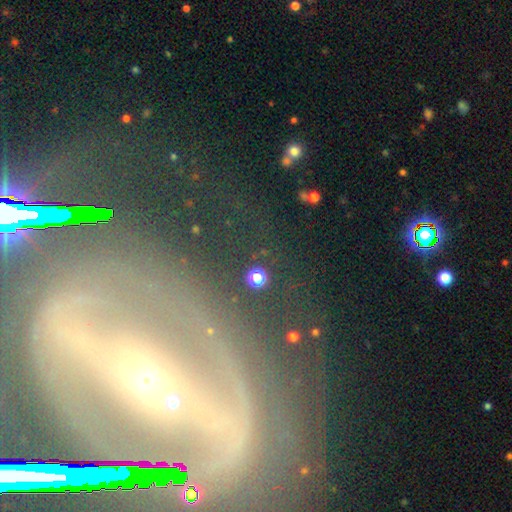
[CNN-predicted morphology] Smooth or featured? featured or disk (77%)
Edge-on disk? no (92%)
Bar? strong (67%)
Spiral arms? yes (81%)
Spiral winding? tight (45%)
Spiral arm count? 2 (65%)
Bulge size? small (70%)
Merging? none (68%)